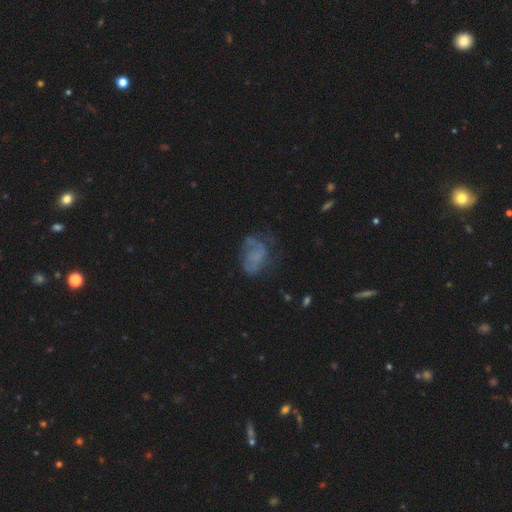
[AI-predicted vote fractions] Smooth or featured: featured or disk — 48% (smooth — 37%)
Merging: none — 39% (major disturbance — 33%)